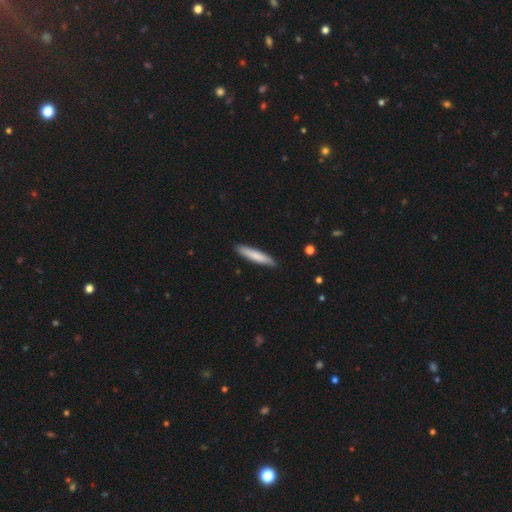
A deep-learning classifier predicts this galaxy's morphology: Smooth or featured: smooth — 79% (featured or disk — 16%)
How rounded: cigar-shaped — 90% (in between — 9%)
Merging: none — 89% (minor disturbance — 8%)